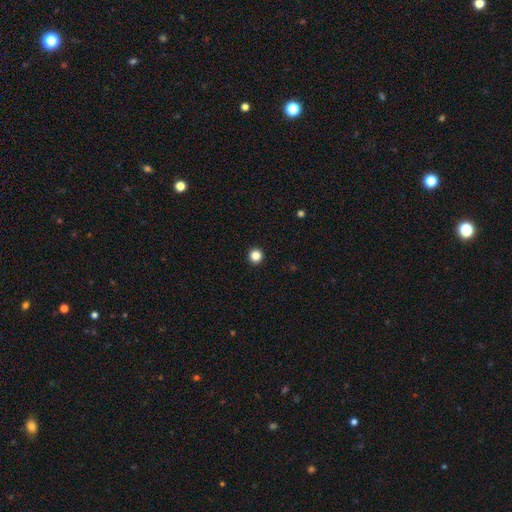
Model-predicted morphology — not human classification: smooth_or_featured: smooth (p=0.85) [alt: star or artifact p=0.11]
how_rounded: round (p=0.96) [alt: in between p=0.03]
merging: none (p=0.94) [alt: minor disturbance p=0.03]